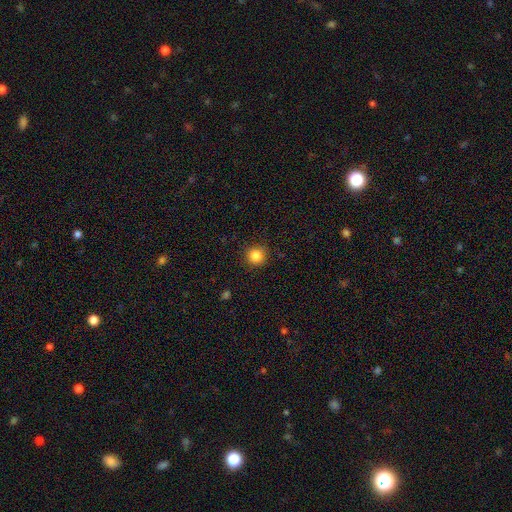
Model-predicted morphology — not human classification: Smooth or featured? smooth (85%)
How rounded? round (94%)
Merging? none (91%)